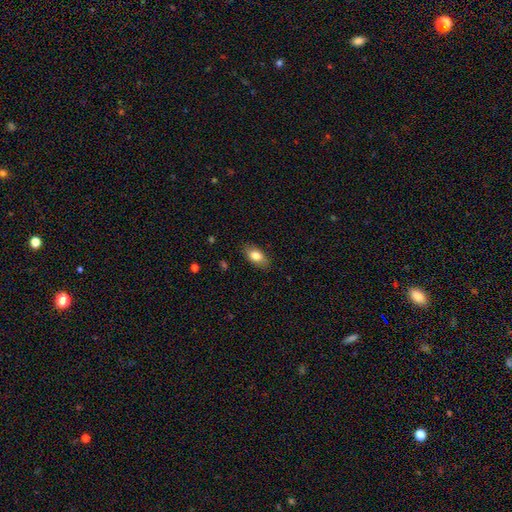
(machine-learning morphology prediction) type=smooth (80%); roundness=in between (89%); merging=none (85%).